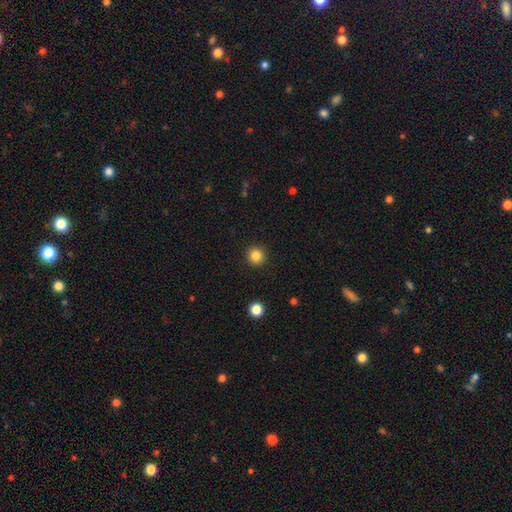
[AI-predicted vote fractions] smooth 84%, star or artifact 11%, featured or disk 4%. Down the decision tree: how rounded — round (94%); merging — none (93%).